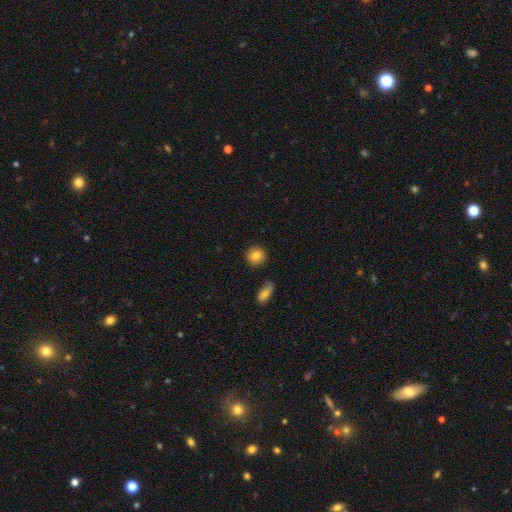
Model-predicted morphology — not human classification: smooth_or_featured: smooth (p=0.83) [alt: star or artifact p=0.09]
how_rounded: round (p=0.89) [alt: in between p=0.09]
merging: none (p=0.86) [alt: minor disturbance p=0.09]